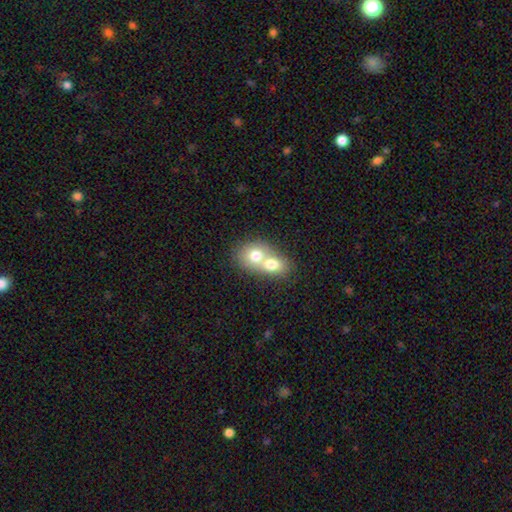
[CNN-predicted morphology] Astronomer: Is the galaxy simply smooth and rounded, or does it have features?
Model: smooth — 70%.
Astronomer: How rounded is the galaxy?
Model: round — 53% (runner-up: in between, 46%).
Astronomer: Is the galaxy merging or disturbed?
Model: merger — 74%.